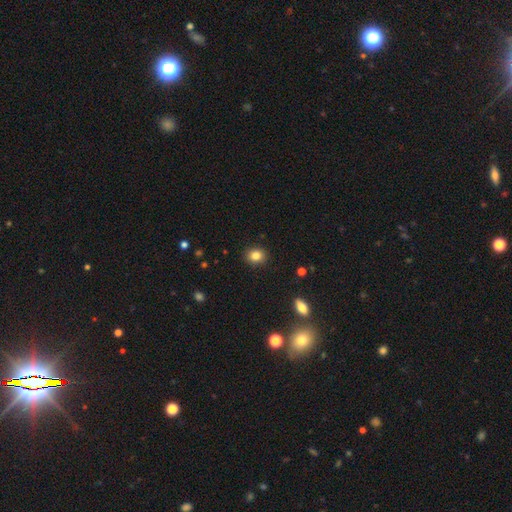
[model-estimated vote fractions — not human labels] Smooth or featured? smooth (84%)
How rounded? round (65%)
Merging? none (90%)